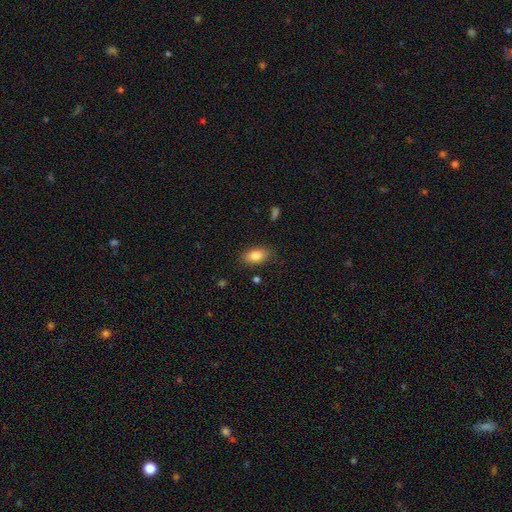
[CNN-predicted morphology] smooth_or_featured: smooth (p=0.84) [alt: featured or disk p=0.08]
how_rounded: in between (p=0.90) [alt: round p=0.05]
merging: none (p=0.83) [alt: minor disturbance p=0.12]